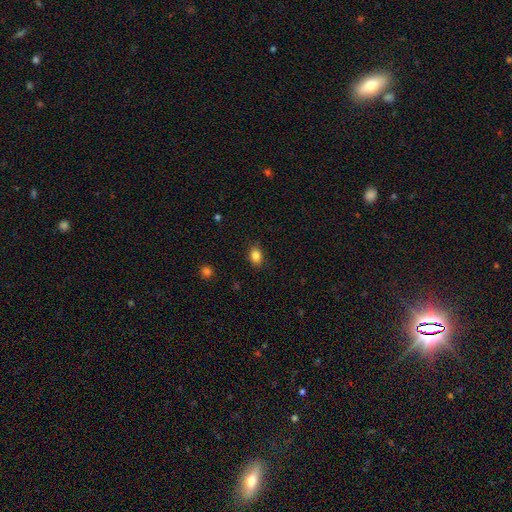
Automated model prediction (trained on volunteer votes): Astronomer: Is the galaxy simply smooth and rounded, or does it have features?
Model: smooth — 85%.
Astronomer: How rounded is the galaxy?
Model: in between — 70%.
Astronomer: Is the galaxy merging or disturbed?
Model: none — 85%.